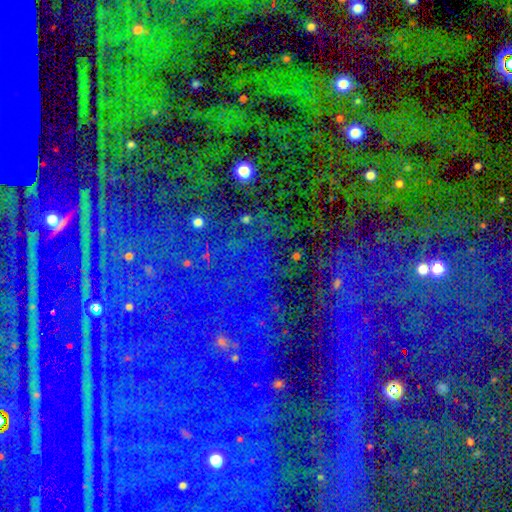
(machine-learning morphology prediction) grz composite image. It shows a star or artifact, not a galaxy (86%).